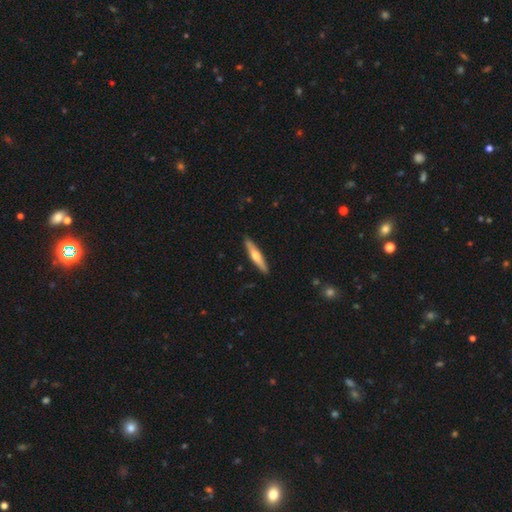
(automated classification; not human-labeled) featured or disk 54%, smooth 41%, star or artifact 5%. Down the decision tree: edge-on disk — yes (95%); edge-on bulge — rounded (91%); merging — none (91%).